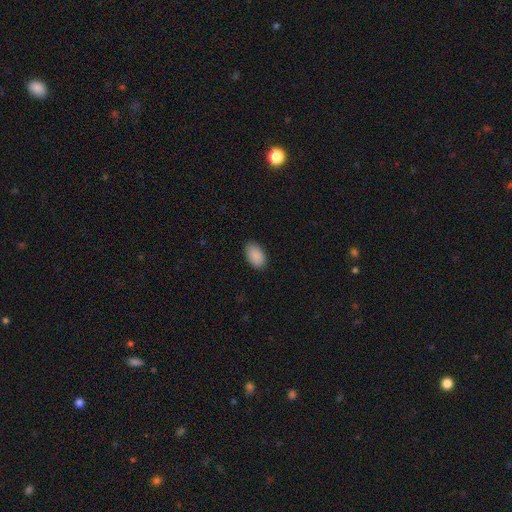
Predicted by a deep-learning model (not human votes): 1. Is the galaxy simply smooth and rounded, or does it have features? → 90% smooth, 7% star or artifact, 3% featured or disk.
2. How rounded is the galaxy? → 93% in between, 5% round, 1% cigar-shaped.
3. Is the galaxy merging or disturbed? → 88% none, 9% minor disturbance, 2% major disturbance, 1% merger.